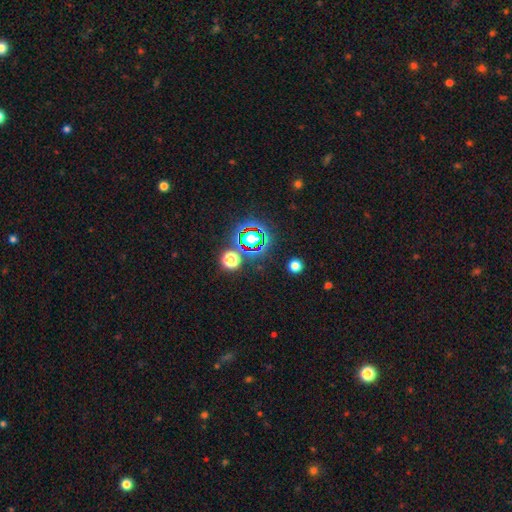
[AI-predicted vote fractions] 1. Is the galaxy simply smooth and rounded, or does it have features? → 76% star or artifact, 15% smooth, 9% featured or disk.